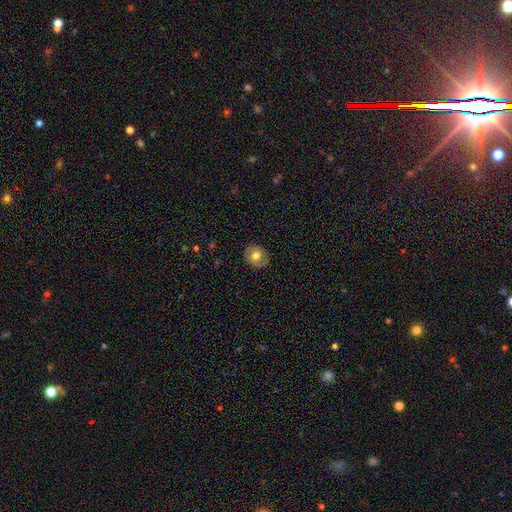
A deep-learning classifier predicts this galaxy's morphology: Q: Smooth or featured?
A: smooth (68%); runner-up: featured or disk (24%)
Q: How rounded?
A: round (68%); runner-up: in between (31%)
Q: Merging?
A: none (83%); runner-up: minor disturbance (13%)